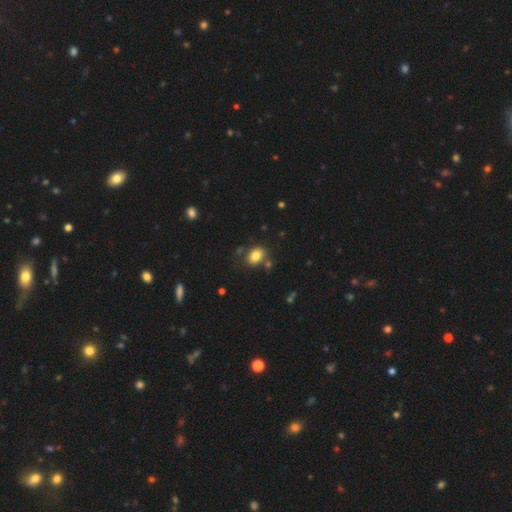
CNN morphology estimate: This appears to be a smooth galaxy with no disk features (82%) that is in between round and cigar-shaped (65%). Merging: none (74%).